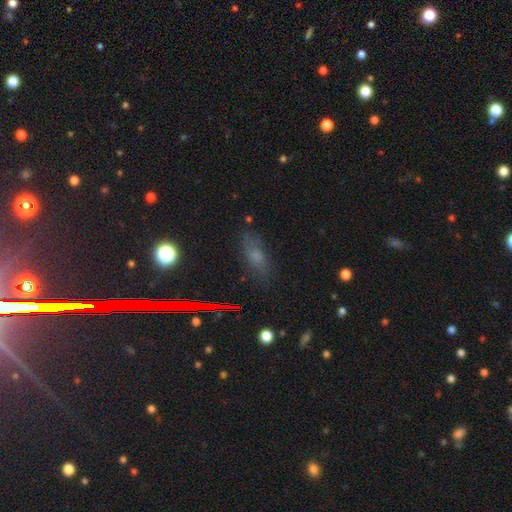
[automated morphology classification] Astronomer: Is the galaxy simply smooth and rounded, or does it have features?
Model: smooth — 57%.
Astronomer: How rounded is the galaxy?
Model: in between — 66%.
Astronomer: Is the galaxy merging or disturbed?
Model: none — 76%.